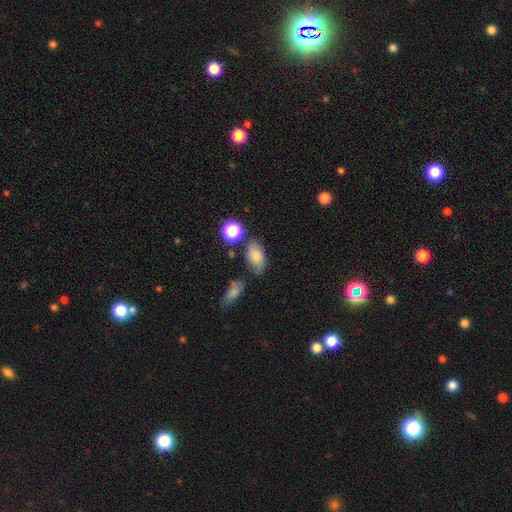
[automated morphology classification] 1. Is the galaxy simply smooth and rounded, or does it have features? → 77% smooth, 12% star or artifact, 12% featured or disk.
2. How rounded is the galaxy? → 88% in between, 10% round, 2% cigar-shaped.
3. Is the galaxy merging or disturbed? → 65% none, 20% minor disturbance, 8% merger, 7% major disturbance.